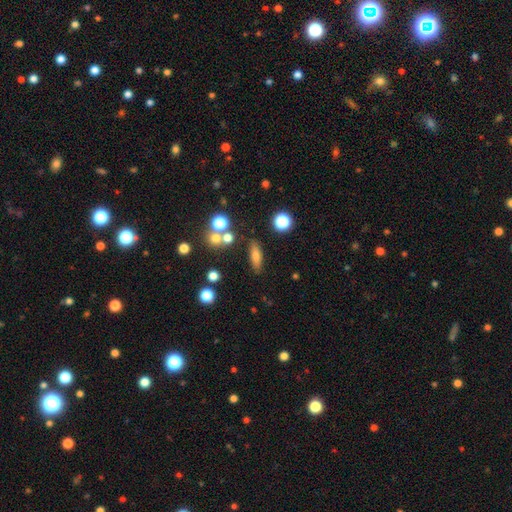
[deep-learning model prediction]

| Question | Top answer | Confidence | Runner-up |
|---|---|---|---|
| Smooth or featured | smooth | 69% | featured or disk (19%) |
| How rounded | in between | 47% | cigar-shaped (45%) |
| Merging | none | 78% | minor disturbance (11%) |